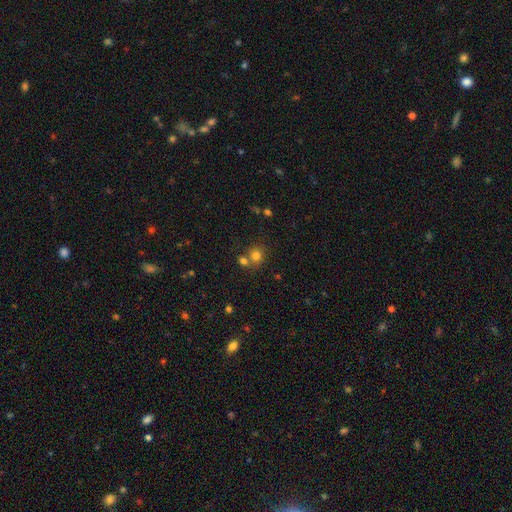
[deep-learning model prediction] Q: Smooth or featured?
A: smooth (75%); runner-up: star or artifact (16%)
Q: How rounded?
A: round (82%); runner-up: in between (17%)
Q: Merging?
A: none (56%); runner-up: merger (33%)